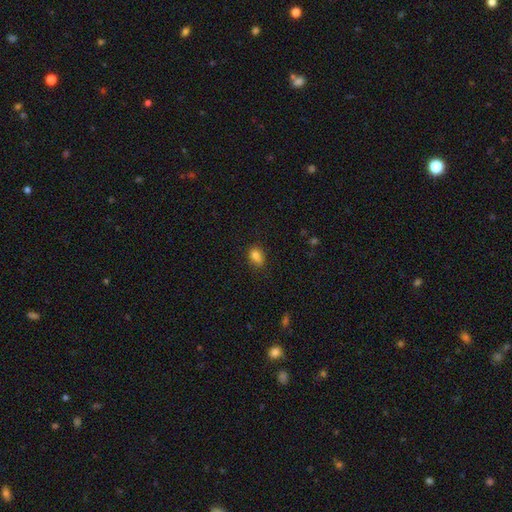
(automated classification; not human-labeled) Morphology: type=smooth (82%); roundness=in between (72%); merging=none (70%).